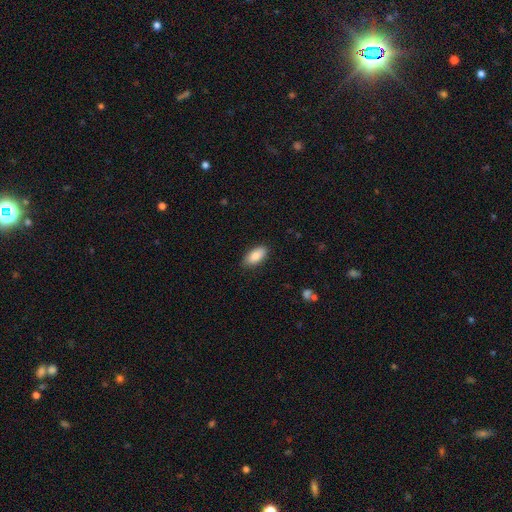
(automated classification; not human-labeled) smooth 86%, featured or disk 8%, star or artifact 7%. Down the decision tree: how rounded — in between (90%); merging — none (85%).